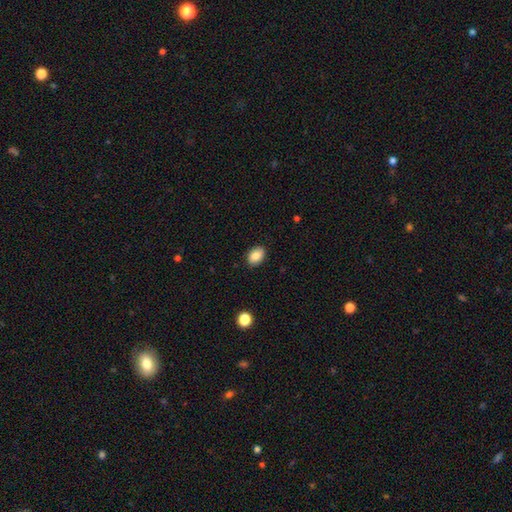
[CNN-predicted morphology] A smooth galaxy with no disk features (85%) that is in between round and cigar-shaped (81%).

Vote fractions:
- Smooth or featured? smooth: 85% / star or artifact: 8% / featured or disk: 7%
- How rounded? in between: 81% / round: 18% / cigar-shaped: 1%
- Merging? none: 89% / minor disturbance: 8% / major disturbance: 2% / merger: 1%